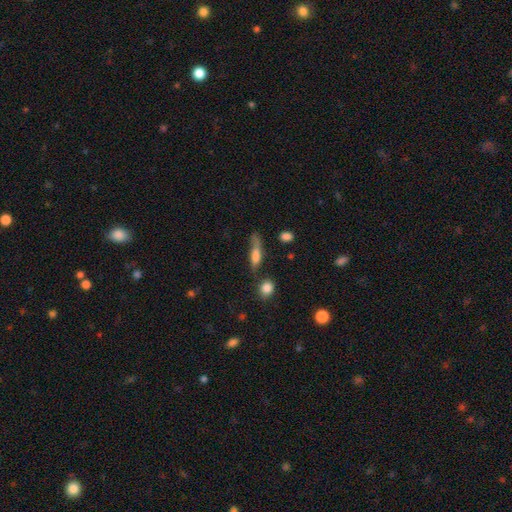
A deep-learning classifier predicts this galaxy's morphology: This appears to be a smooth galaxy with no disk features (66%) that is cigar-shaped (61%). Merging: none (41%).